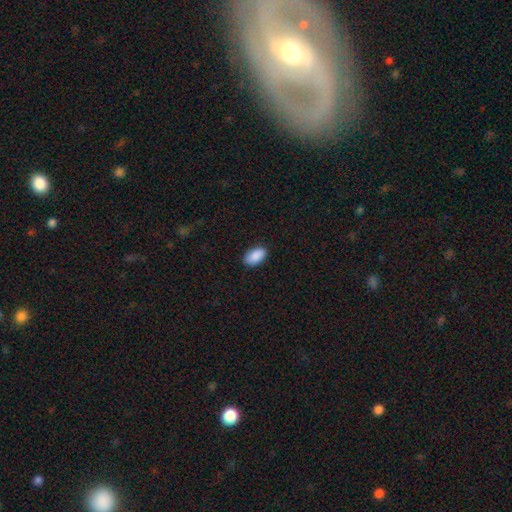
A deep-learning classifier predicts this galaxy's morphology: Smooth or featured: smooth — 90% (star or artifact — 6%)
How rounded: in between — 95% (round — 4%)
Merging: none — 88% (minor disturbance — 9%)